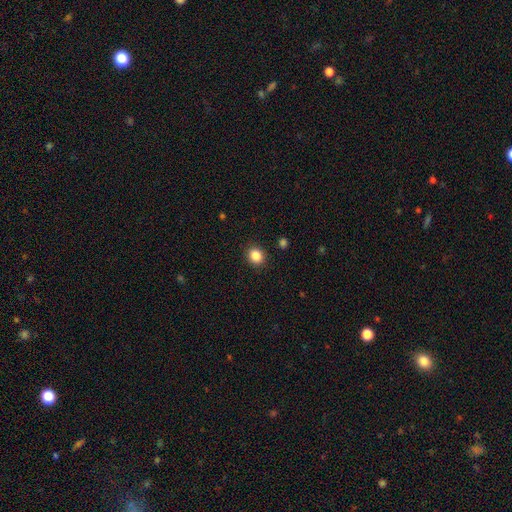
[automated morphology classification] This appears to be a smooth galaxy with no disk features (85%) that is round (78%). Merging: none (90%).